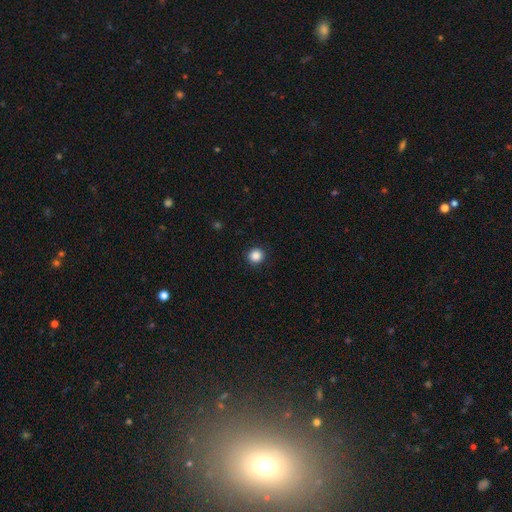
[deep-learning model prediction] Overall: smooth (87%). How rounded: round (93%). Merging: none (92%).